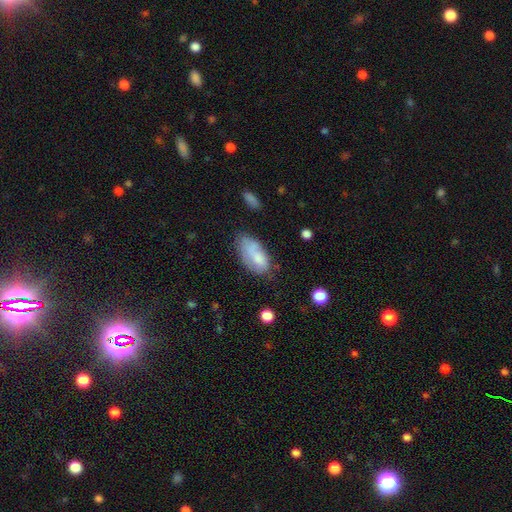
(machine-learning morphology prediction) The model was most divided on "merging": none: 47%, minor disturbance: 32%, major disturbance: 15%, merger: 5%. More confident: how rounded — in between (91%); smooth or featured — smooth (72%).